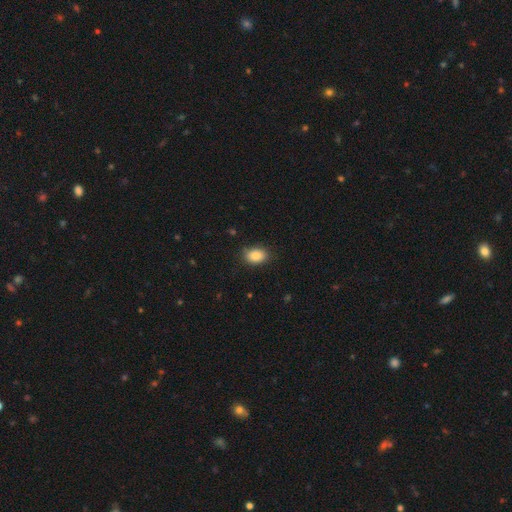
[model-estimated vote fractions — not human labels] The model was most divided on "how rounded": in between: 83%, round: 16%, cigar-shaped: 1%. More confident: smooth or featured — smooth (88%); merging — none (82%).